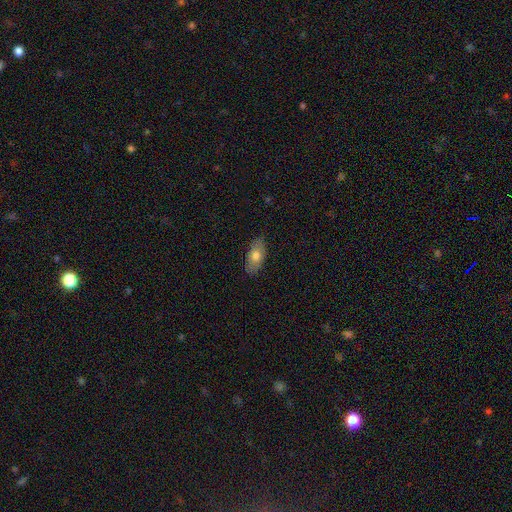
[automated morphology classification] Q: Smooth or featured?
A: smooth (72%); runner-up: featured or disk (22%)
Q: How rounded?
A: in between (90%); runner-up: cigar-shaped (7%)
Q: Merging?
A: none (84%); runner-up: minor disturbance (13%)